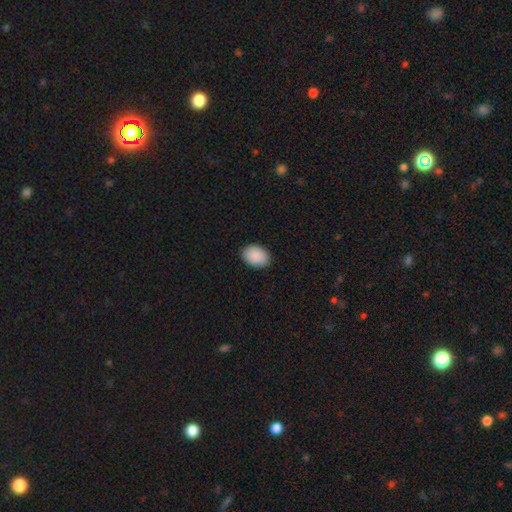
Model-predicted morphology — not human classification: smooth-or-featured: smooth: 91% | star or artifact: 6% | featured or disk: 3%
  how-rounded: in between: 86% | round: 13% | cigar-shaped: 1%
  merging: none: 89% | minor disturbance: 9% | major disturbance: 2% | merger: 1%